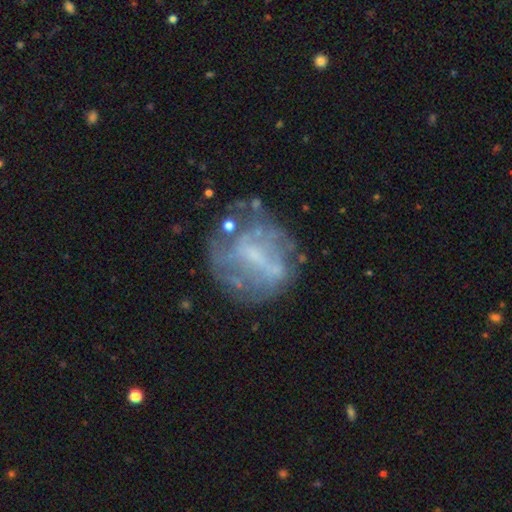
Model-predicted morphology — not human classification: A featured or disk galaxy (66%) with a weak bar (41%), no spiral arms (66%) and no central bulge (39%).

Vote fractions:
- Smooth or featured? featured or disk: 66% / smooth: 22% / star or artifact: 12%
- Edge-on disk? no: 96% / yes: 4%
- Bar? weak: 41% / no: 37% / strong: 22%
- Spiral arms? no: 66% / yes: 34%
- Bulge size? none: 39% / small: 37% / moderate: 20% / large: 2% / dominant: 1%
- Merging? none: 59% / minor disturbance: 19% / major disturbance: 17% / merger: 5%